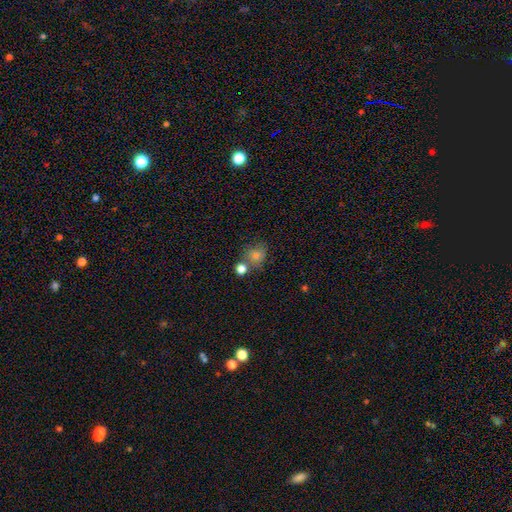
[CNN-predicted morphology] This appears to be a smooth galaxy with no disk features (78%) that is round (77%). Merging: none (57%).